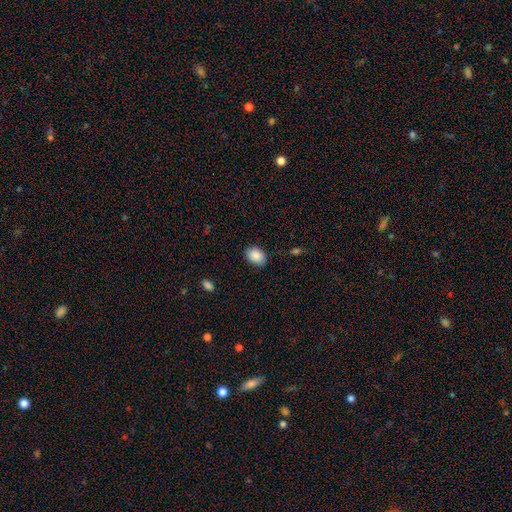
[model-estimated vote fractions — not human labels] Smooth or featured? smooth (88%)
How rounded? in between (72%)
Merging? none (86%)